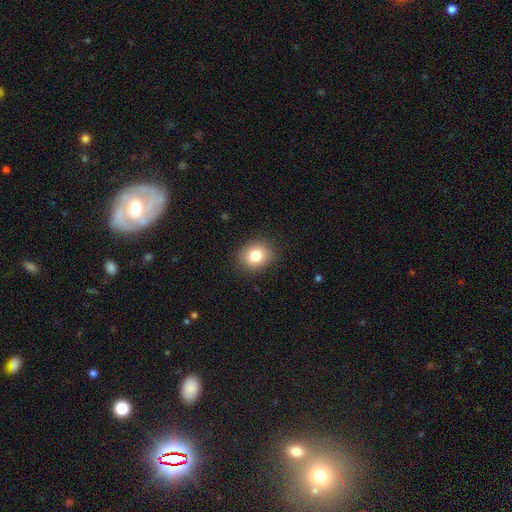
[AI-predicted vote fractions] This appears to be a smooth galaxy with no disk features (81%) that is round (64%). Merging: none (88%).